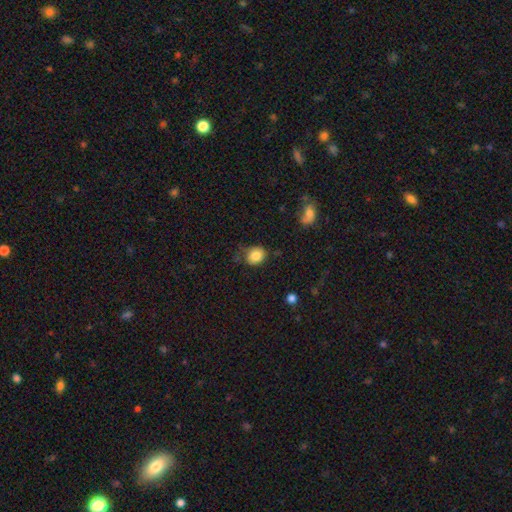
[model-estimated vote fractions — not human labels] A smooth galaxy with no disk features (83%) that is round (58%). Merging: none (67%).